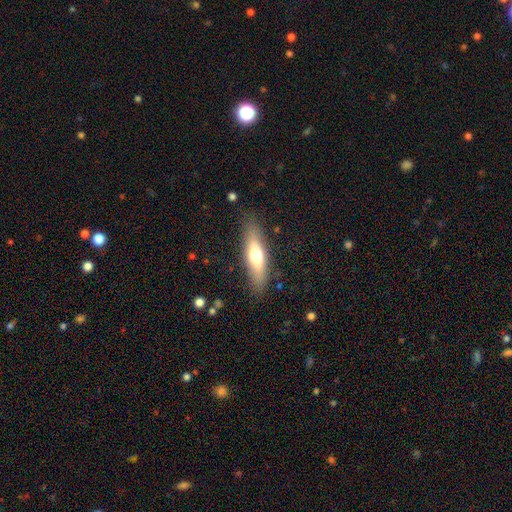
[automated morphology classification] The model was most divided on "how rounded": cigar-shaped: 57%, in between: 41%, round: 2%. More confident: merging — none (85%); smooth or featured — smooth (59%).